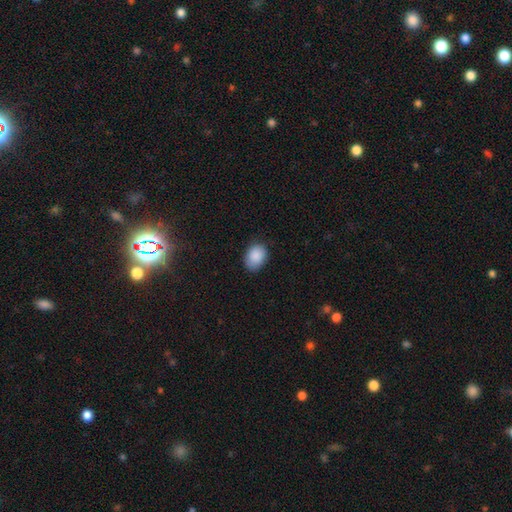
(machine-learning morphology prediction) smooth-or-featured: smooth: 89% | star or artifact: 7% | featured or disk: 4%
  how-rounded: in between: 72% | round: 27% | cigar-shaped: 1%
  merging: none: 81% | minor disturbance: 15% | major disturbance: 3% | merger: 1%